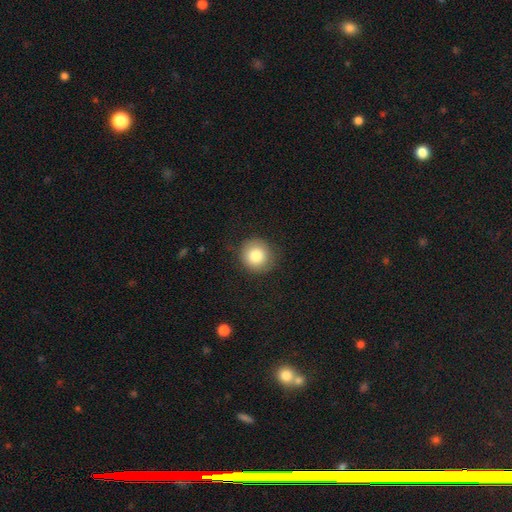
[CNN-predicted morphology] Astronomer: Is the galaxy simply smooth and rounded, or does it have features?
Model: smooth — 82%.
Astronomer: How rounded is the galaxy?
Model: round — 91%.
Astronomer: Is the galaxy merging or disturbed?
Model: none — 84%.